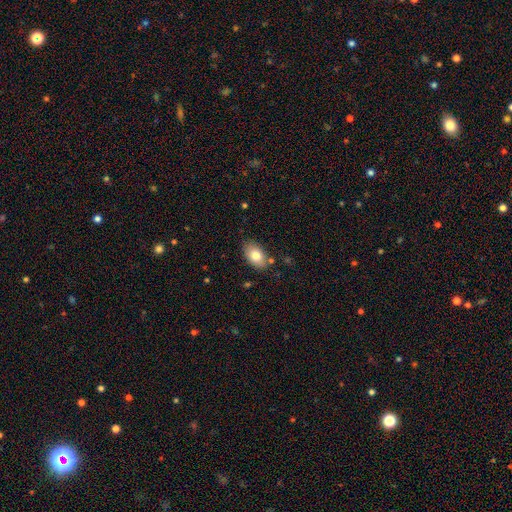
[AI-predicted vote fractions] A smooth galaxy with no disk features (79%) that is in between round and cigar-shaped (89%).

Vote fractions:
- Smooth or featured? smooth: 79% / featured or disk: 13% / star or artifact: 8%
- How rounded? in between: 89% / round: 9% / cigar-shaped: 1%
- Merging? none: 82% / minor disturbance: 13% / merger: 3% / major disturbance: 3%